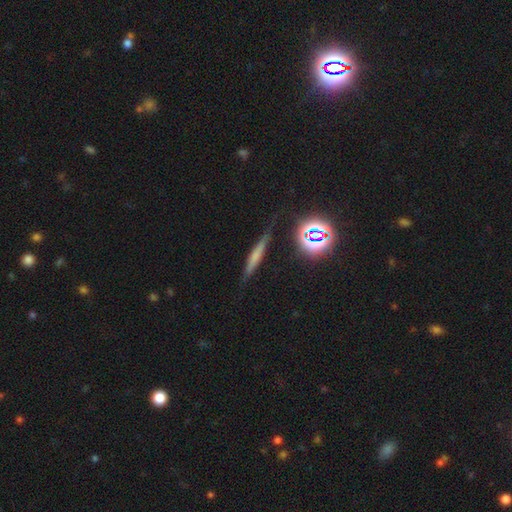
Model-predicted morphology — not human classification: smooth_or_featured: smooth (p=0.48) [alt: featured or disk p=0.36]
merging: none (p=0.80) [alt: minor disturbance p=0.14]